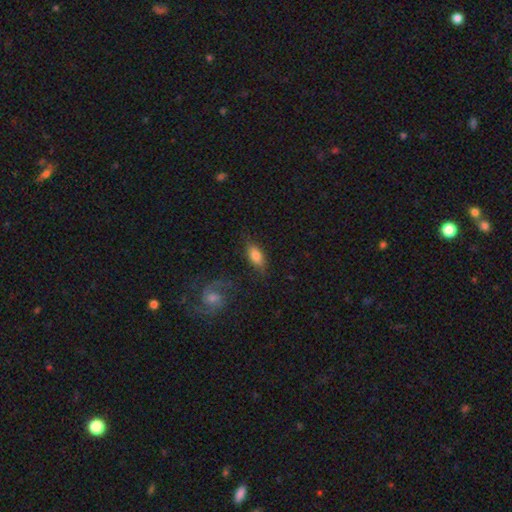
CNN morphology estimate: smooth-or-featured: smooth: 75% | featured or disk: 18% | star or artifact: 7%
  how-rounded: in between: 82% | cigar-shaped: 15% | round: 4%
  merging: none: 75% | minor disturbance: 16% | major disturbance: 5% | merger: 4%